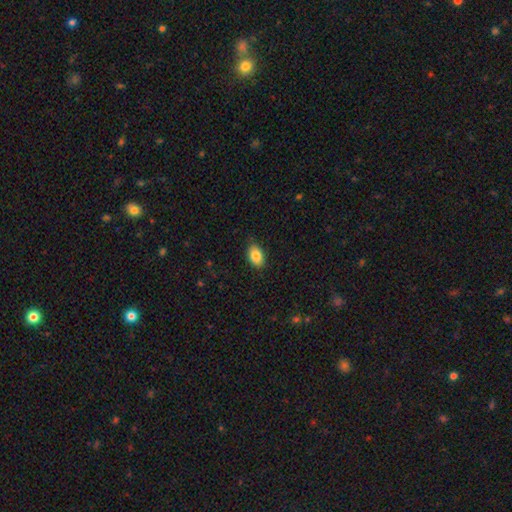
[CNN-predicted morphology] Smooth or featured? Predicted: smooth (p=0.85). How rounded? Predicted: in between (p=0.88). Merging? Predicted: none (p=0.84).